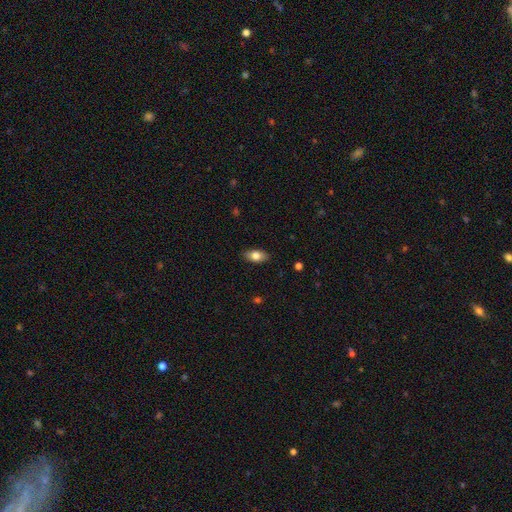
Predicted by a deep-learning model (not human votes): Smooth or featured: smooth — 79% (featured or disk — 14%)
How rounded: in between — 89% (cigar-shaped — 6%)
Merging: none — 88% (minor disturbance — 10%)